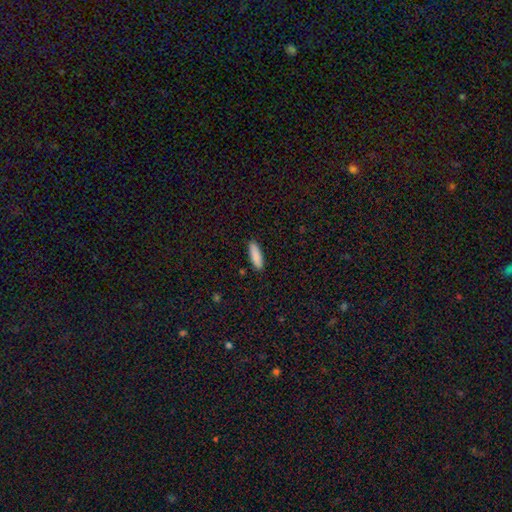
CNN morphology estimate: A smooth galaxy with no disk features (89%) that is cigar-shaped (60%). Merging: none (90%).